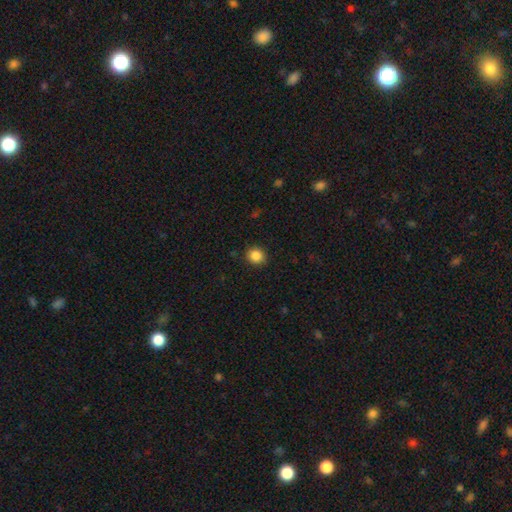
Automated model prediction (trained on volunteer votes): smooth_or_featured: smooth (p=0.86) [alt: star or artifact p=0.10]
how_rounded: round (p=0.87) [alt: in between p=0.12]
merging: none (p=0.90) [alt: minor disturbance p=0.07]